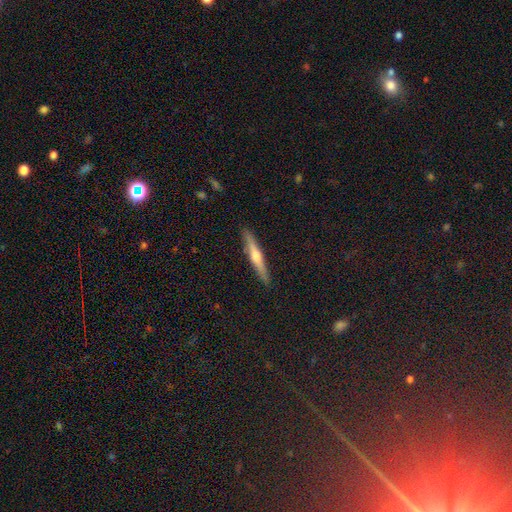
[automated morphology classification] A featured or disk galaxy (58%) viewed edge-on (96%) with a rounded central bulge (83%).

Vote fractions:
- Smooth or featured? featured or disk: 58% / smooth: 36% / star or artifact: 6%
- Edge-on disk? yes: 96% / no: 4%
- Edge-on bulge? rounded: 83% / none: 11% / boxy: 6%
- Merging? none: 89% / minor disturbance: 8% / major disturbance: 2% / merger: 1%